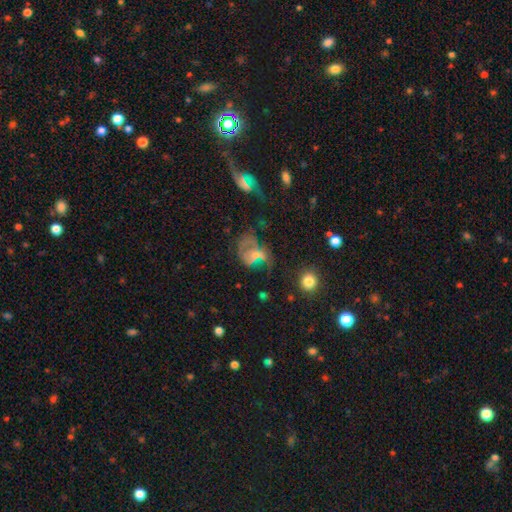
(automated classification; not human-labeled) This appears to be a featured or disk galaxy (58%) with no bar (55%), spiral arms (68%) and a small central bulge (38%). Merging: major disturbance (37%).